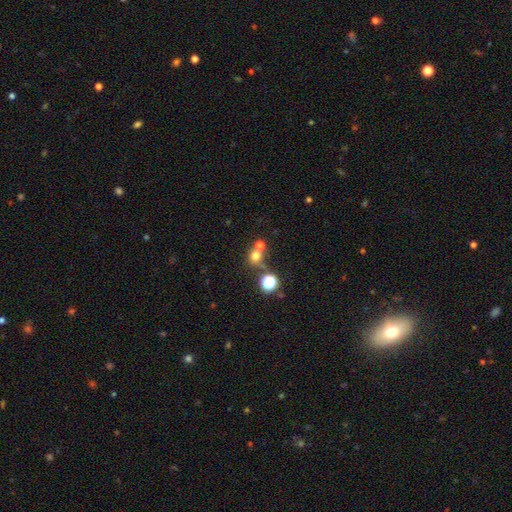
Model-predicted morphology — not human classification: type=smooth (67%); roundness=round (81%); merging=none (52%).